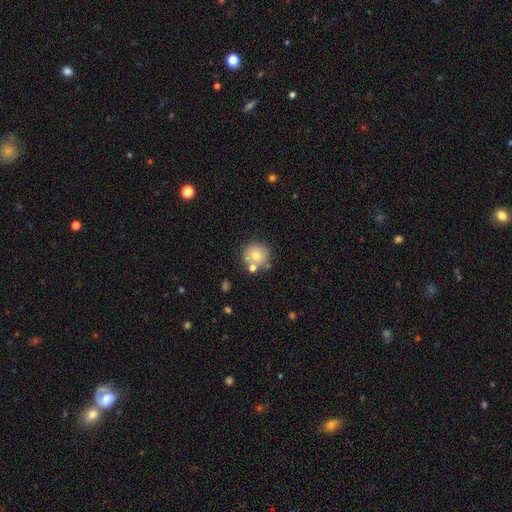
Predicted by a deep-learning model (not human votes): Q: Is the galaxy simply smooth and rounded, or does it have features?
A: smooth — 72%.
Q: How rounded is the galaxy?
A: round — 93%.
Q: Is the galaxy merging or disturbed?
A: none — 67%.